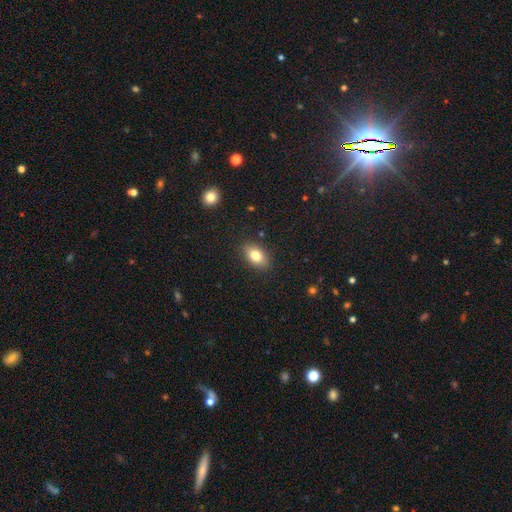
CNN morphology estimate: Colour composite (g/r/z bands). It shows a smooth galaxy with no disk features (80%) that is in between round and cigar-shaped (87%). Merging: none (86%).